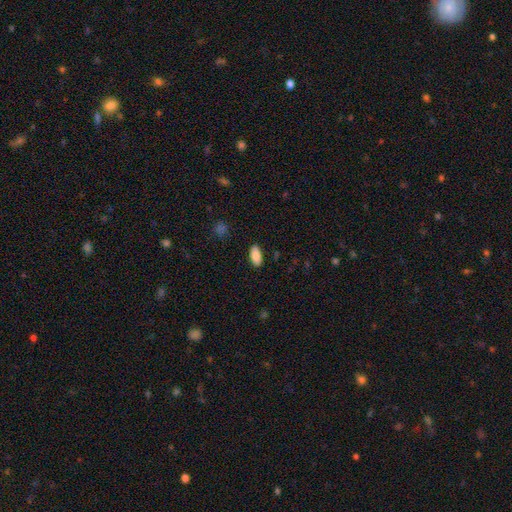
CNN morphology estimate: A smooth galaxy with no disk features (88%) that is in between round and cigar-shaped (91%). Merging: none (88%).